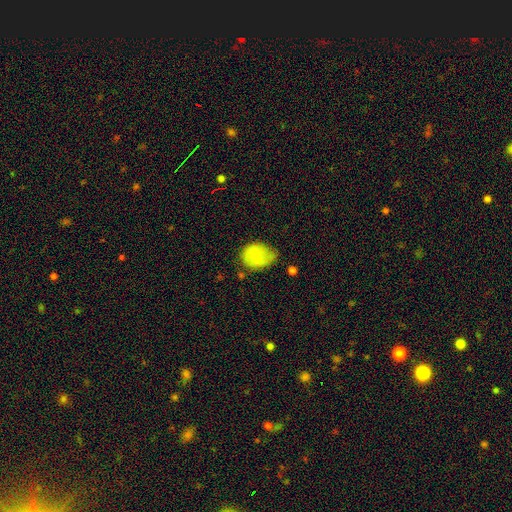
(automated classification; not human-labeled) Smooth or featured? Predicted: smooth (p=0.65). How rounded? Predicted: in between (p=0.56). Merging? Predicted: none (p=0.46).